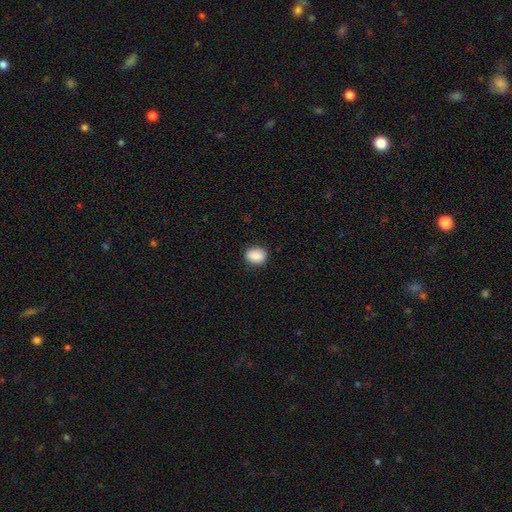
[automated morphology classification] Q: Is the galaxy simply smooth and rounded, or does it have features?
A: smooth — 88%.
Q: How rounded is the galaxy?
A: in between — 55%.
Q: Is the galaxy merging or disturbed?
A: none — 87%.